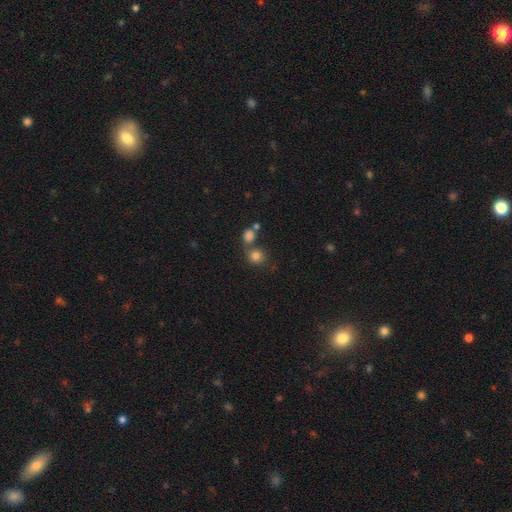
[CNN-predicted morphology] smooth_or_featured: smooth (p=0.81) [alt: star or artifact p=0.12]
how_rounded: round (p=0.81) [alt: in between p=0.18]
merging: none (p=0.57) [alt: merger p=0.28]